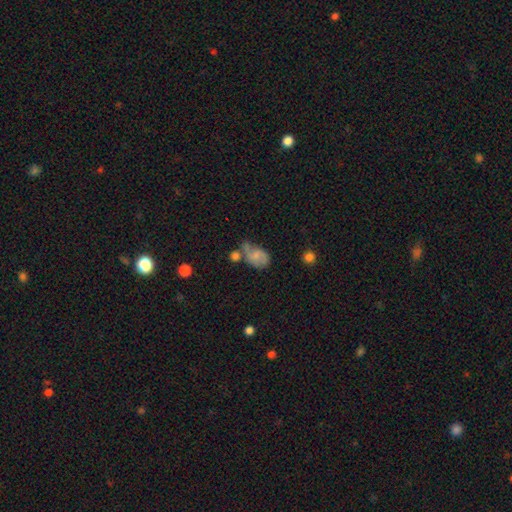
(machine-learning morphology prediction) The model was most divided on "merging": none: 29%, minor disturbance: 27%, merger: 26%, major disturbance: 19%. More confident: how rounded — in between (80%); smooth or featured — smooth (56%).